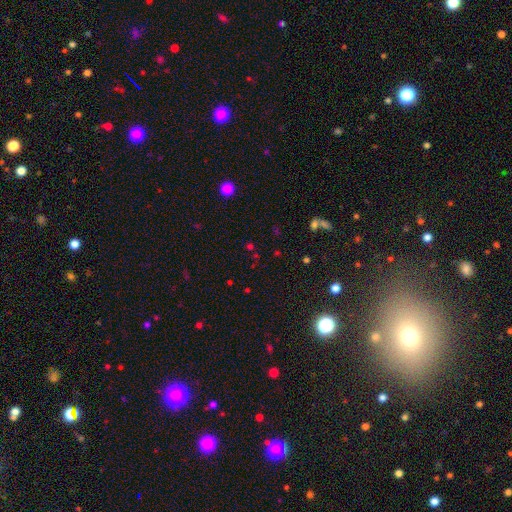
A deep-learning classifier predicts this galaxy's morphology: smooth-or-featured: star or artifact: 56% | smooth: 36% | featured or disk: 8%